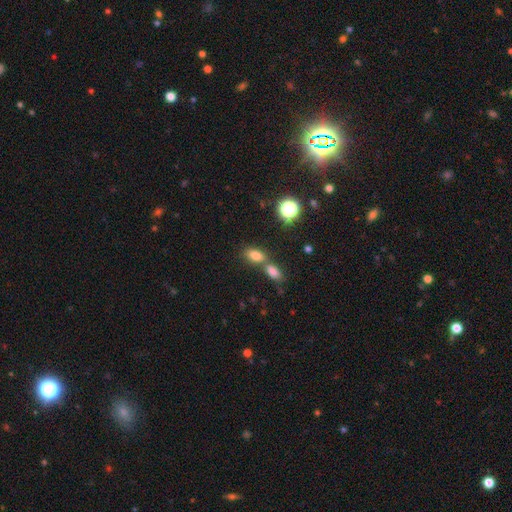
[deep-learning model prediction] Smooth or featured?
  - smooth: 78% *
  - star or artifact: 13%
  - featured or disk: 8%
How rounded?
  - in between: 85% *
  - round: 9%
  - cigar-shaped: 6%
Merging?
  - none: 45% *
  - merger: 42%
  - minor disturbance: 9%
  - major disturbance: 4%